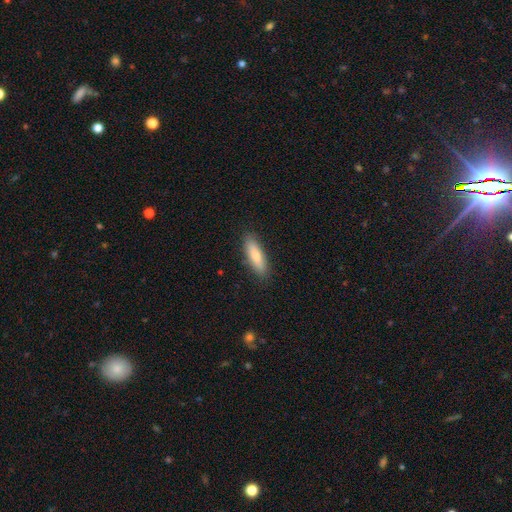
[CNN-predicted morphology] type=smooth (79%); roundness=cigar-shaped (58%); merging=none (87%).